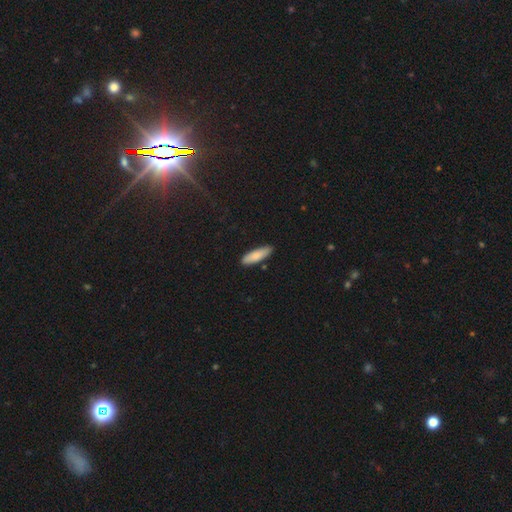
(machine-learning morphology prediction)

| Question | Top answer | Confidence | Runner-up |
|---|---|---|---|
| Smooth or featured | smooth | 84% | featured or disk (10%) |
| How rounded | cigar-shaped | 60% | in between (39%) |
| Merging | none | 85% | minor disturbance (11%) |